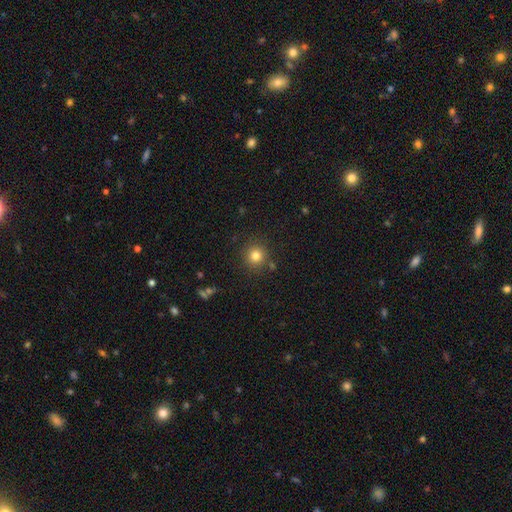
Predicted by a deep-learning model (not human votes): A smooth galaxy with no disk features (79%) that is round (94%).

Vote fractions:
- Smooth or featured? smooth: 79% / star or artifact: 14% / featured or disk: 7%
- How rounded? round: 94% / in between: 6% / cigar-shaped: 1%
- Merging? none: 86% / minor disturbance: 7% / merger: 3% / major disturbance: 3%